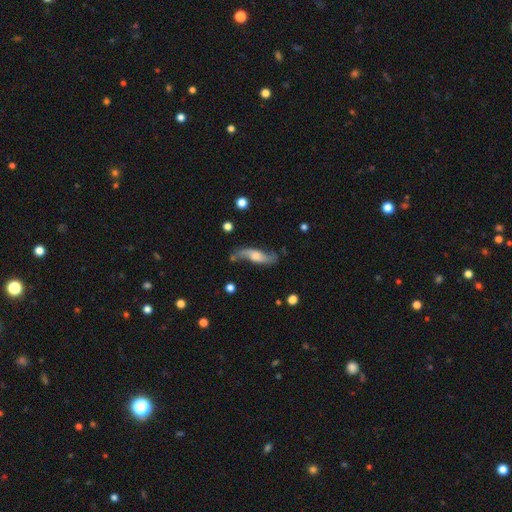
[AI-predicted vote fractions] Smooth or featured?
  - featured or disk: 75% *
  - smooth: 19%
  - star or artifact: 6%
Edge-on disk?
  - no: 81% *
  - yes: 19%
Bar?
  - no: 57% *
  - weak: 33%
  - strong: 10%
Spiral arms?
  - yes: 93% *
  - no: 7%
Spiral winding?
  - loose: 84% *
  - medium: 12%
  - tight: 4%
Spiral arm count?
  - 2: 91% *
  - can't tell: 3%
  - 1: 3%
  - 3: 1%
  - 4: 1%
  - more than 4: 1%
Bulge size?
  - moderate: 43% *
  - small: 27%
  - large: 16%
  - none: 11%
  - dominant: 3%
Merging?
  - none: 65% *
  - minor disturbance: 21%
  - major disturbance: 9%
  - merger: 5%